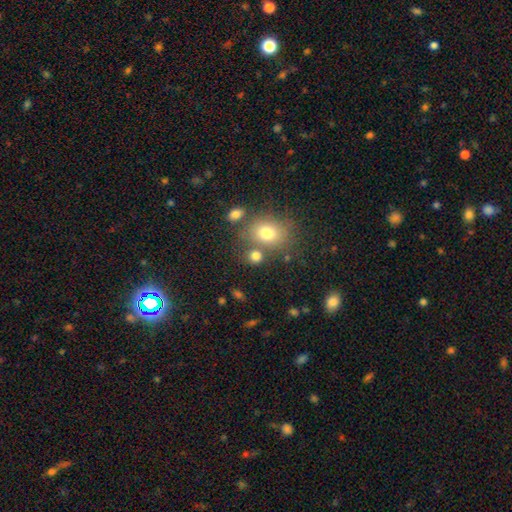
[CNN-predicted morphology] Smooth or featured: smooth — 77% (star or artifact — 14%)
How rounded: round — 66% (in between — 33%)
Merging: none — 63% (merger — 21%)